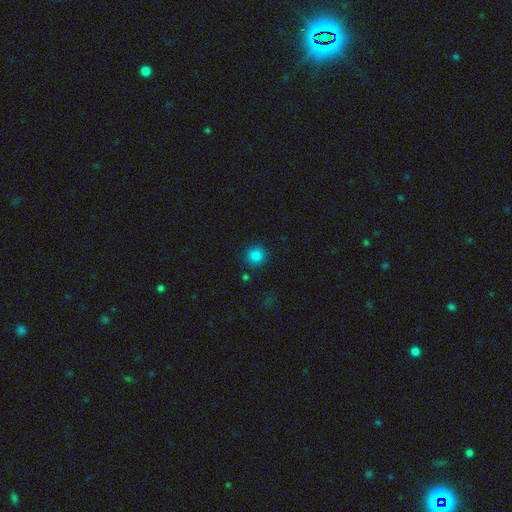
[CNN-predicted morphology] Q: Smooth or featured?
A: smooth (84%); runner-up: star or artifact (12%)
Q: How rounded?
A: round (93%); runner-up: in between (6%)
Q: Merging?
A: none (88%); runner-up: minor disturbance (7%)